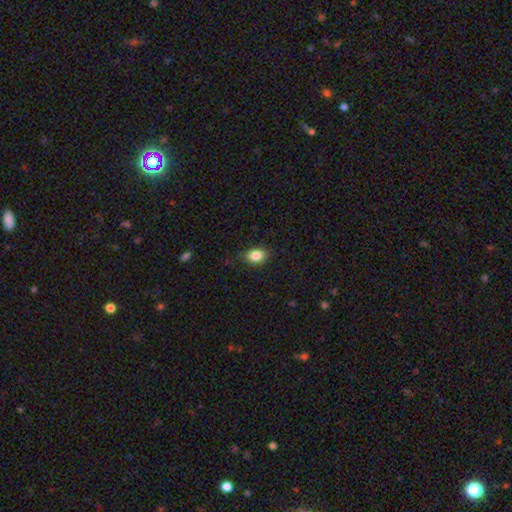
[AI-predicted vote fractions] smooth 85%, star or artifact 9%, featured or disk 6%. Down the decision tree: how rounded — in between (74%); merging — none (82%).